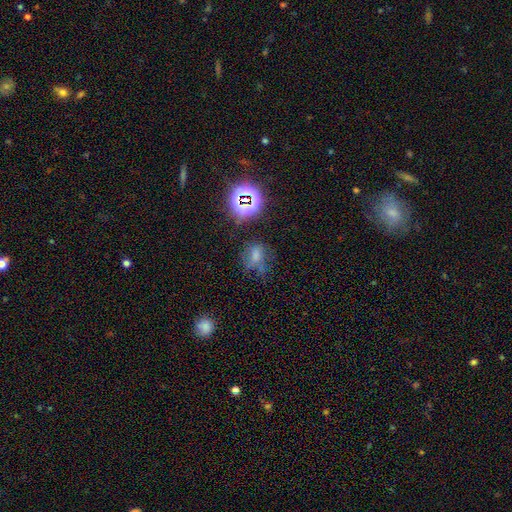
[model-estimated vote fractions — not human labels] Morphology: type=smooth (52%); roundness=in between (61%); merging=none (50%).